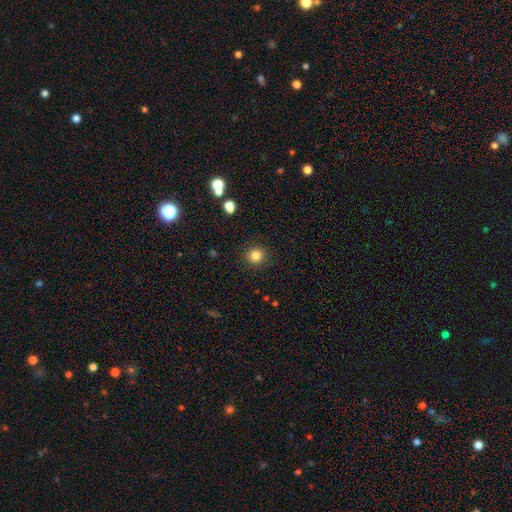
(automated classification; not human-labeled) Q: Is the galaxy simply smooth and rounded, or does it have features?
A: smooth — 83%.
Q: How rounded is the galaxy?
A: round — 91%.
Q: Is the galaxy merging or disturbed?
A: none — 91%.